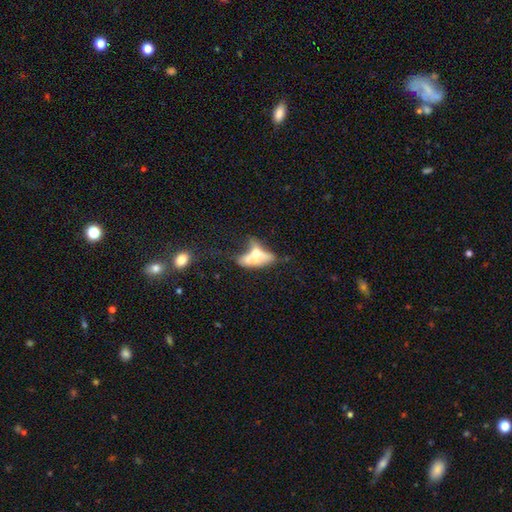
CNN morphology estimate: This appears to be a smooth galaxy with no disk features (46%). Merging: merger (38%).